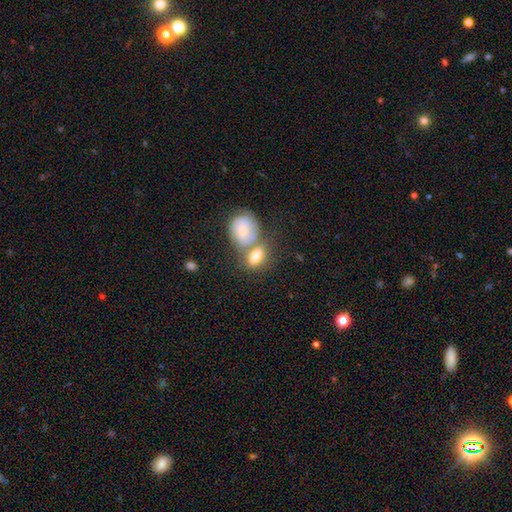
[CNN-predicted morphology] A smooth galaxy with no disk features (70%) that is in between round and cigar-shaped (73%).

Vote fractions:
- Smooth or featured? smooth: 70% / featured or disk: 21% / star or artifact: 9%
- How rounded? in between: 73% / round: 24% / cigar-shaped: 3%
- Merging? merger: 51% / none: 33% / minor disturbance: 11% / major disturbance: 5%